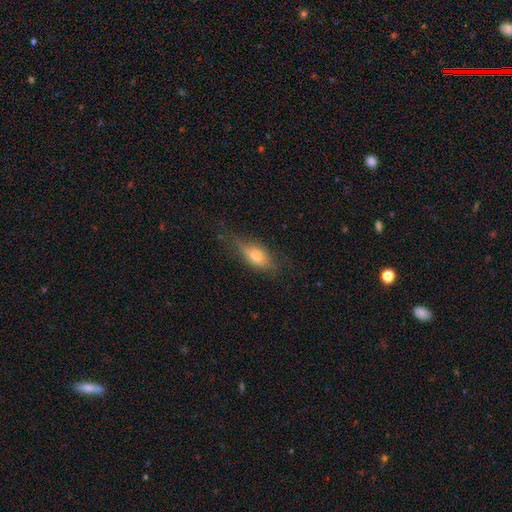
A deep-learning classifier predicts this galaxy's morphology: Smooth or featured?
  - smooth: 54% *
  - featured or disk: 36%
  - star or artifact: 10%
How rounded?
  - in between: 62% *
  - cigar-shaped: 32%
  - round: 6%
Merging?
  - none: 66% *
  - minor disturbance: 24%
  - major disturbance: 8%
  - merger: 2%